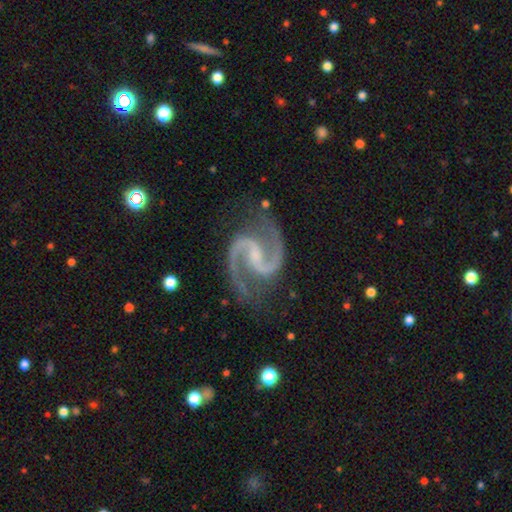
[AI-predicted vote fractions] This is clearly a featured or disk galaxy (95%). It is clearly not viewed edge-on (99%). Bar: possibly weak (46%). Spiral arm pattern: clearly yes (99%). Spiral arm count: clearly 2 (95%). Spiral winding: likely medium (71%). Central bulge: possibly small (54%). Merging: likely none (78%).